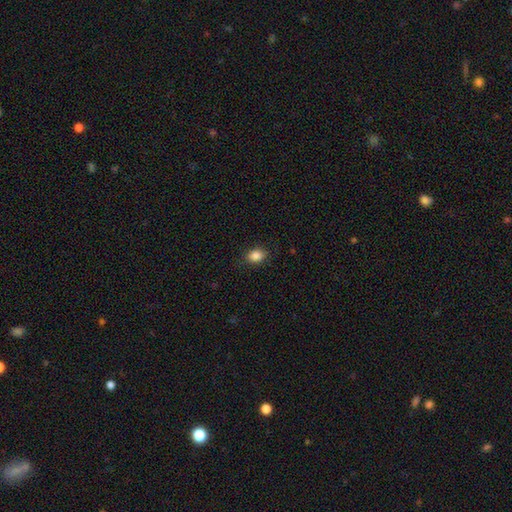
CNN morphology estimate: type=smooth (86%); roundness=in between (64%); merging=none (84%).